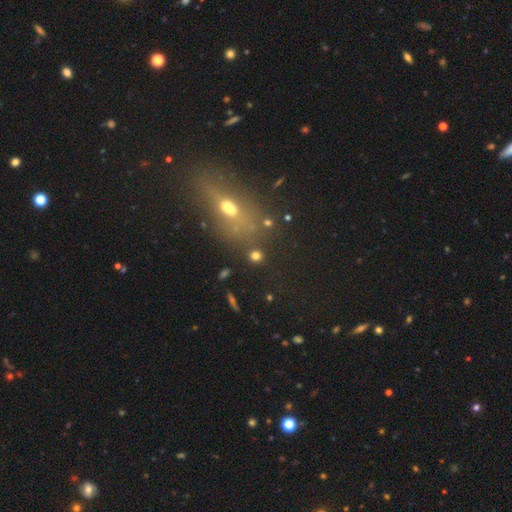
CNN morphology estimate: A smooth galaxy with no disk features (73%) that is round (77%). Merging: none (76%).